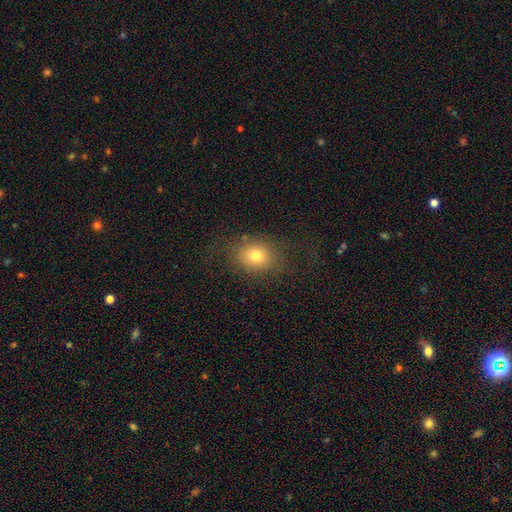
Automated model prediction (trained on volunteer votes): Overall: smooth (74%). How rounded: round (58%; in between 41%). Merging: none (78%).